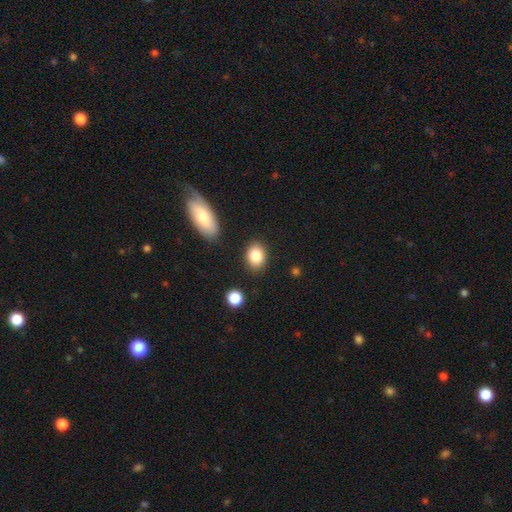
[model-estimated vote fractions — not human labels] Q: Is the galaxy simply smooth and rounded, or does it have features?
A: smooth — 85%.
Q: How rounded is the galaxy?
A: in between — 70%.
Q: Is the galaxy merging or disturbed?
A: none — 84%.